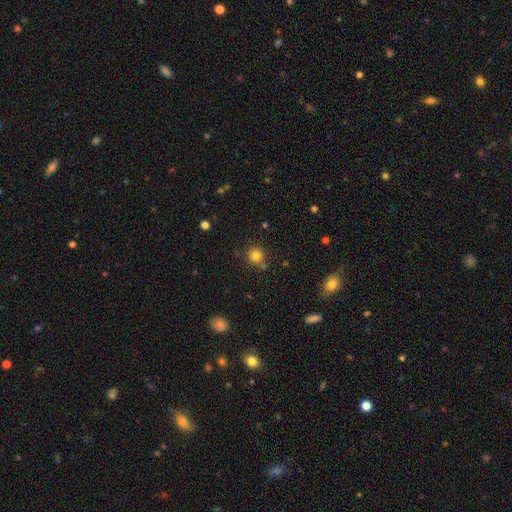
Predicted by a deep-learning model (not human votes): A smooth galaxy with no disk features (82%) that is round (91%). Merging: none (75%).